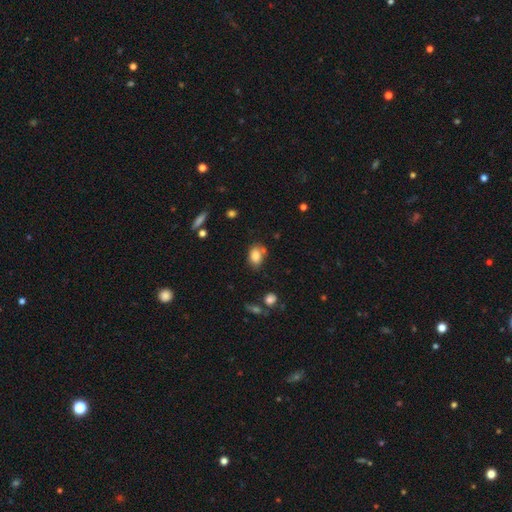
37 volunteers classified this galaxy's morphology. Smooth or featured?
  - smooth: 89% *
  - featured or disk: 5%
  - star or artifact: 5%
How rounded?
  - in between: 85% *
  - round: 15%
  - cigar-shaped: 0%
Merging?
  - none: 71% *
  - merger: 17%
  - minor disturbance: 11%
  - major disturbance: 0%